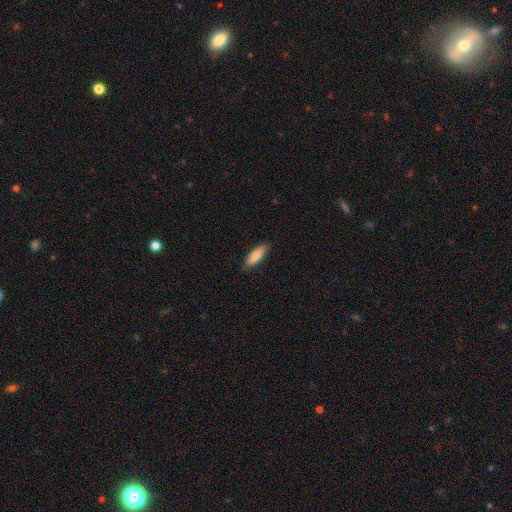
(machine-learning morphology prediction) Smooth or featured?
  - smooth: 80% *
  - featured or disk: 14%
  - star or artifact: 6%
How rounded?
  - in between: 53% *
  - cigar-shaped: 45%
  - round: 2%
Merging?
  - none: 87% *
  - minor disturbance: 10%
  - major disturbance: 2%
  - merger: 1%